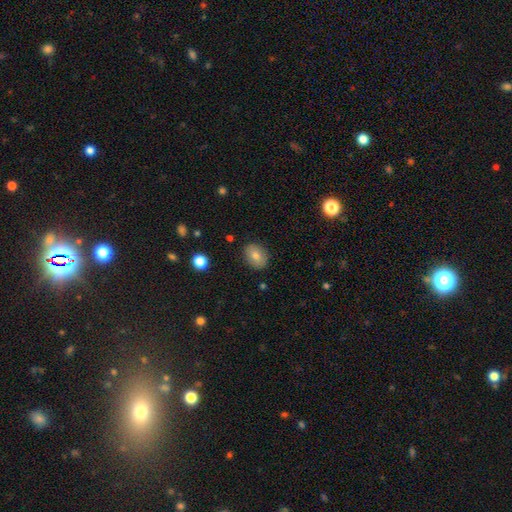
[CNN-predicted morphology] smooth_or_featured: smooth (p=0.79) [alt: featured or disk p=0.13]
how_rounded: in between (p=0.66) [alt: round p=0.33]
merging: none (p=0.86) [alt: minor disturbance p=0.10]